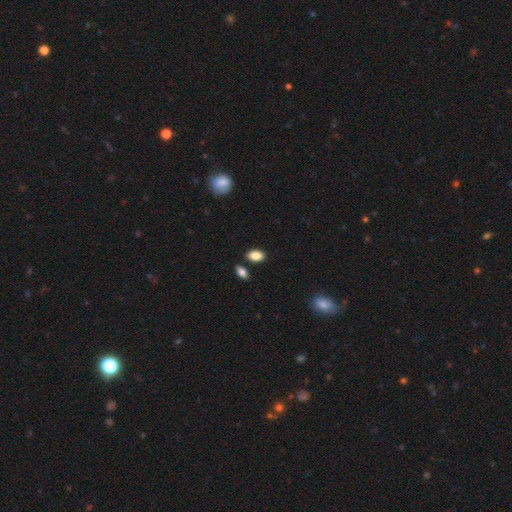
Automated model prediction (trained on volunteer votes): A smooth galaxy with no disk features (87%) that is in between round and cigar-shaped (90%). Merging: none (81%).